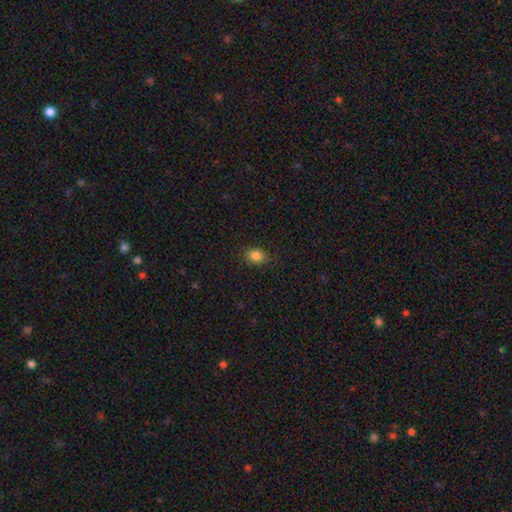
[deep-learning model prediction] This appears to be a smooth galaxy with no disk features (85%) that is in between round and cigar-shaped (67%). Merging: none (84%).